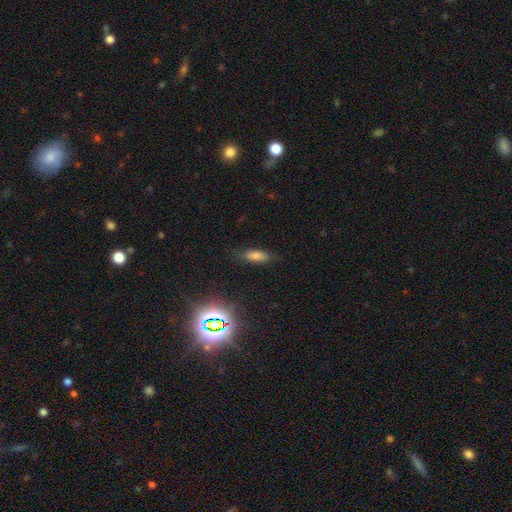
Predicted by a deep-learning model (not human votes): Smooth or featured? smooth (68%)
How rounded? in between (58%)
Merging? none (79%)